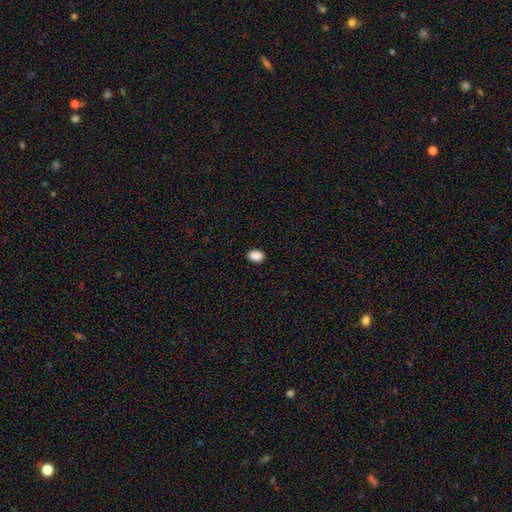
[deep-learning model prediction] The model was most divided on "how rounded": in between: 74%, round: 25%, cigar-shaped: 1%. More confident: merging — none (91%); smooth or featured — smooth (89%).